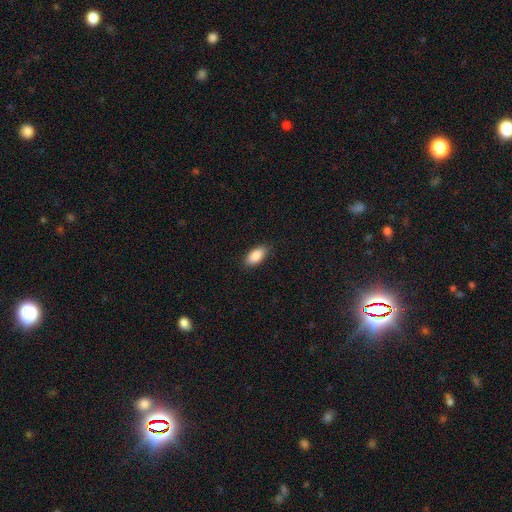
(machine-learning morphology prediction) smooth-or-featured: smooth: 88% | star or artifact: 7% | featured or disk: 5%
  how-rounded: in between: 91% | cigar-shaped: 6% | round: 3%
  merging: none: 87% | minor disturbance: 10% | major disturbance: 2% | merger: 1%